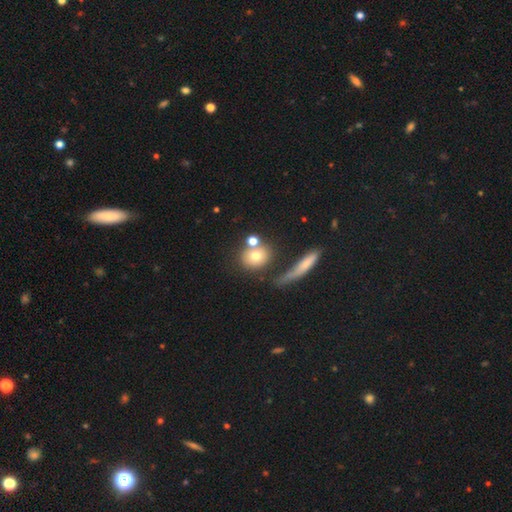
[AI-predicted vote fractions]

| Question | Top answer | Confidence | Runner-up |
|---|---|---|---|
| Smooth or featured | smooth | 68% | featured or disk (21%) |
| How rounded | round | 73% | in between (22%) |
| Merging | none | 57% | merger (25%) |